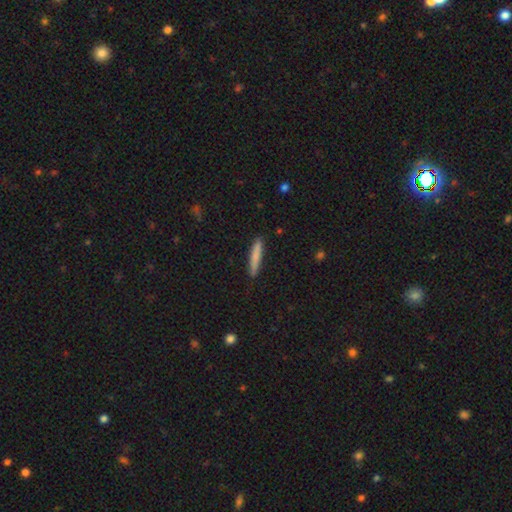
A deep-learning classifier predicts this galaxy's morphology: This is likely a smooth galaxy (78%). How rounded: clearly cigar-shaped (92%). Merging: clearly none (87%).